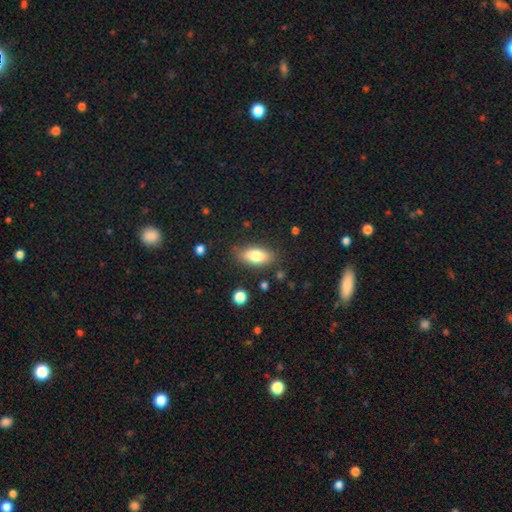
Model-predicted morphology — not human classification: smooth-or-featured: smooth: 79% | featured or disk: 14% | star or artifact: 7%
  how-rounded: in between: 87% | cigar-shaped: 10% | round: 4%
  merging: none: 83% | minor disturbance: 12% | major disturbance: 3% | merger: 2%